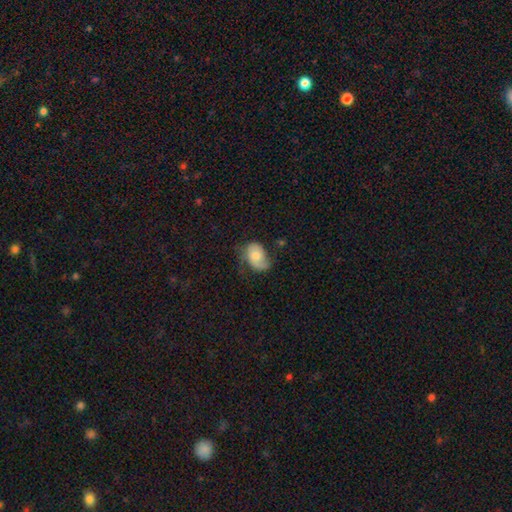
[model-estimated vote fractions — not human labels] This appears to be a smooth galaxy with no disk features (55%) that is in between round and cigar-shaped (80%). Merging: none (41%).